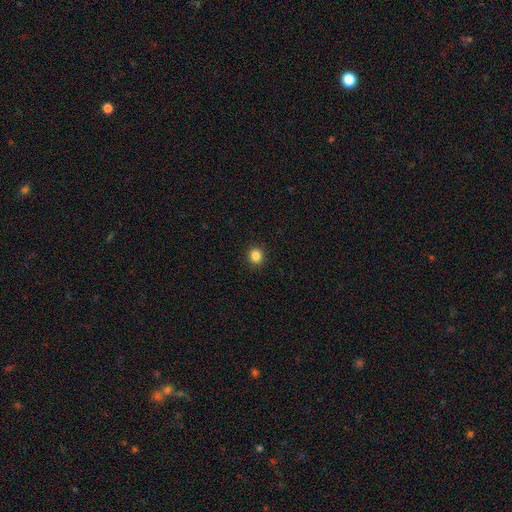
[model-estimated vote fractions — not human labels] This is clearly a smooth galaxy (86%). How rounded: clearly round (85%). Merging: clearly none (92%).